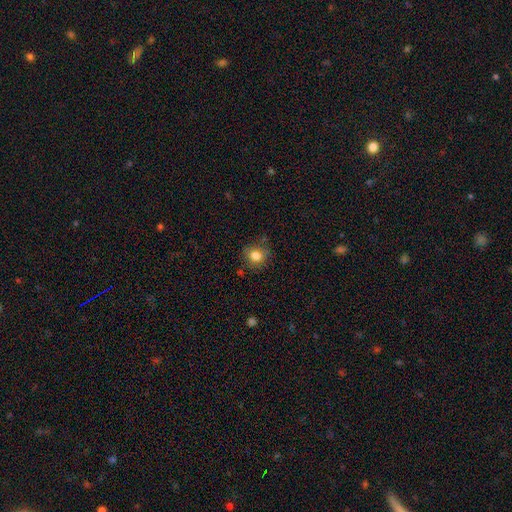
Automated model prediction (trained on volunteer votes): Smooth or featured?
  - smooth: 82% *
  - star or artifact: 10%
  - featured or disk: 7%
How rounded?
  - round: 76% *
  - in between: 23%
  - cigar-shaped: 1%
Merging?
  - none: 77% *
  - minor disturbance: 17%
  - major disturbance: 4%
  - merger: 2%